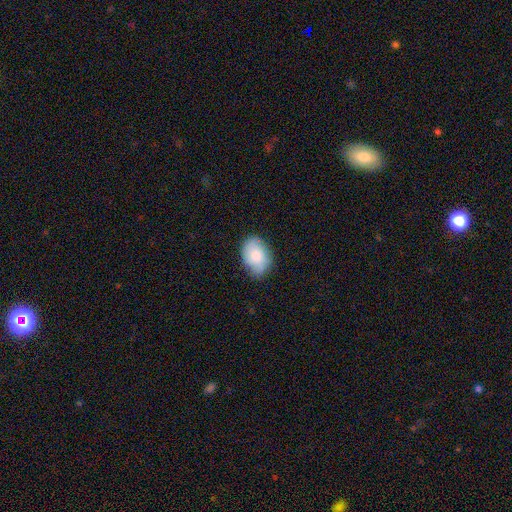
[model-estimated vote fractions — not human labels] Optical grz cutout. It shows a smooth galaxy with no disk features (72%) that is in between round and cigar-shaped (82%). Merging: none (75%).